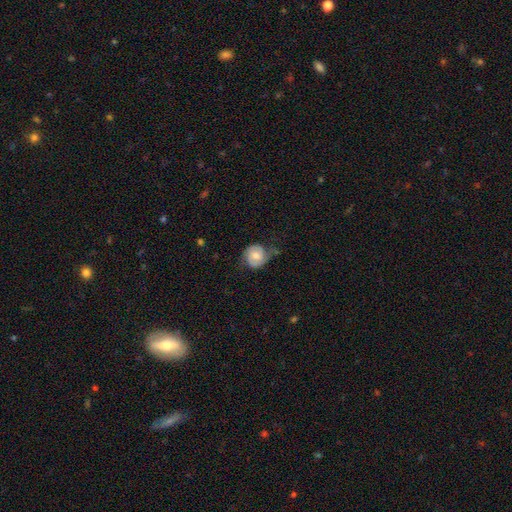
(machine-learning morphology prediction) Smooth or featured? Predicted: featured or disk (p=0.56). Edge-on disk? Predicted: no (p=0.98). Bar? Predicted: no (p=0.60). Spiral arms? Predicted: yes (p=0.88). Bulge size? Predicted: moderate (p=0.62). Merging? Predicted: none (p=0.59).